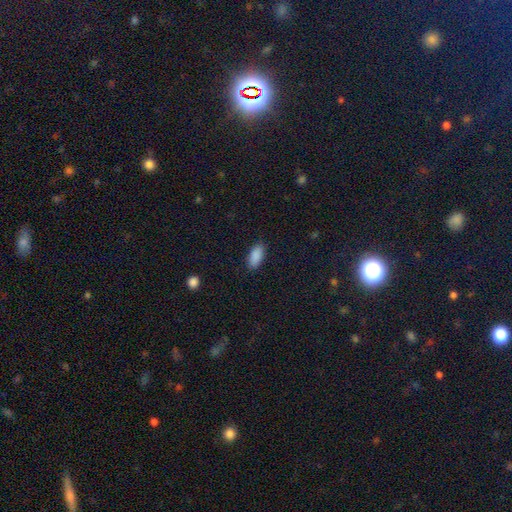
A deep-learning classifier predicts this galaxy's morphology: type=smooth (90%); roundness=in between (90%); merging=none (88%).